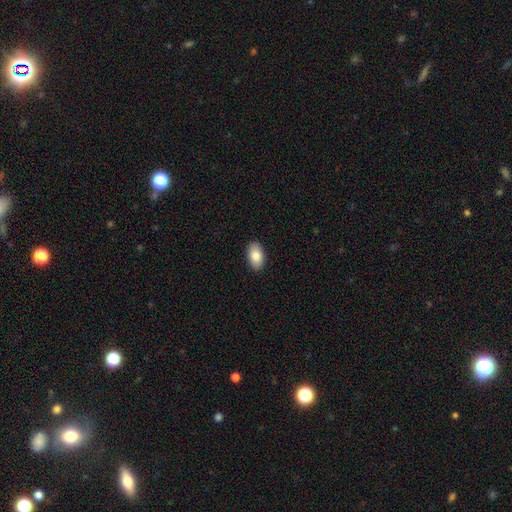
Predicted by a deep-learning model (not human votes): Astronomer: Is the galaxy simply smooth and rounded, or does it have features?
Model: smooth — 86%.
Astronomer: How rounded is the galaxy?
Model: in between — 94%.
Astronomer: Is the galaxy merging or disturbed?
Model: none — 90%.